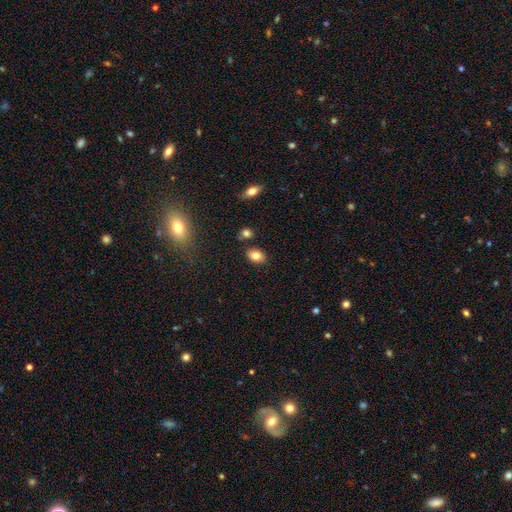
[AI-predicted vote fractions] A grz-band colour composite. It shows a smooth galaxy with no disk features (82%) that is in between round and cigar-shaped (77%). Merging: none (82%).